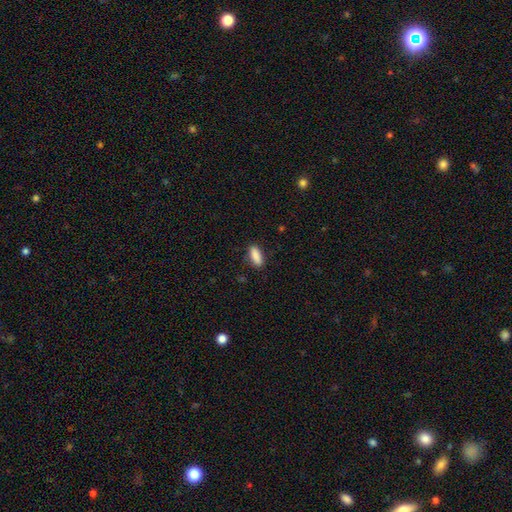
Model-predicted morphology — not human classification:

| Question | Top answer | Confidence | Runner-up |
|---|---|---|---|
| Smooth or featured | smooth | 89% | star or artifact (7%) |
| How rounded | in between | 71% | cigar-shaped (27%) |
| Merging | none | 85% | minor disturbance (11%) |